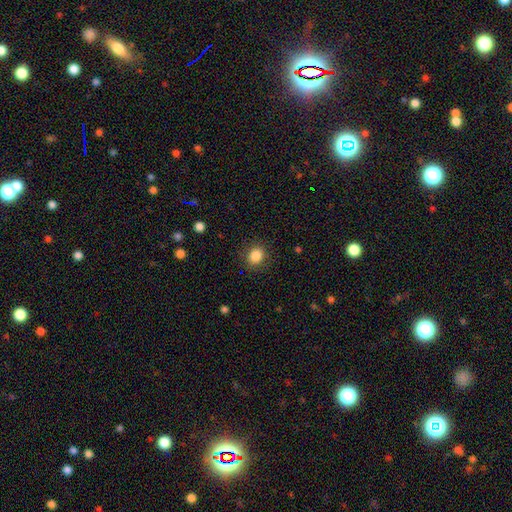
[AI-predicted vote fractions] This appears to be a smooth galaxy with no disk features (86%) that is round (69%). Merging: none (87%).